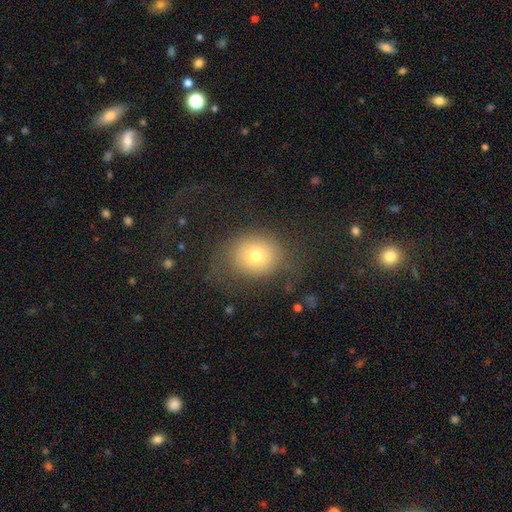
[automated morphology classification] Smooth or featured?
  - smooth: 70% *
  - featured or disk: 16%
  - star or artifact: 14%
How rounded?
  - round: 68% *
  - in between: 31%
  - cigar-shaped: 1%
Merging?
  - none: 63% *
  - major disturbance: 19%
  - minor disturbance: 16%
  - merger: 2%